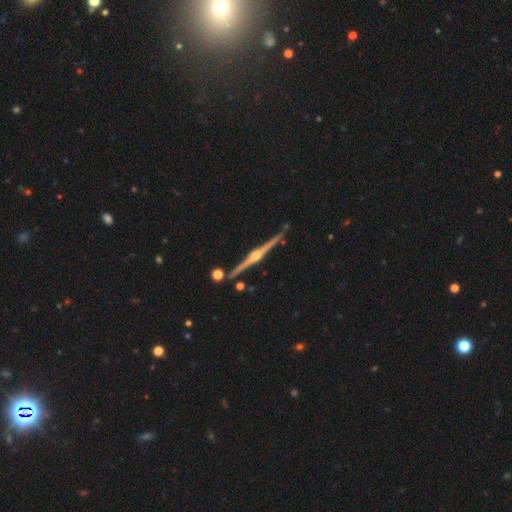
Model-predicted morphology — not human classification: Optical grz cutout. It shows a featured or disk galaxy (91%) viewed edge-on (99%) with a rounded central bulge (94%). Merging: none (88%).